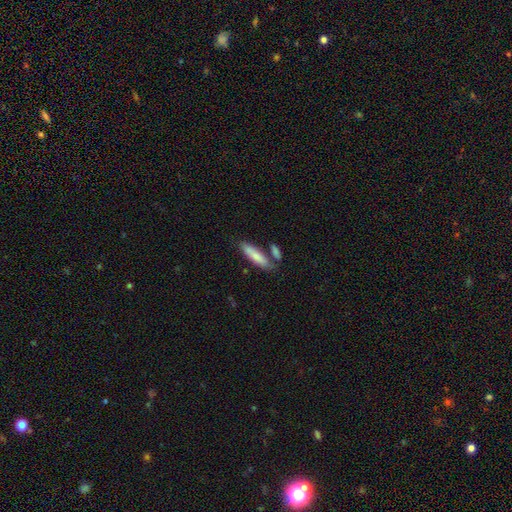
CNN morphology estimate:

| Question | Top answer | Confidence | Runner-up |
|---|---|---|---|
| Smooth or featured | smooth | 76% | featured or disk (19%) |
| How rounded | cigar-shaped | 66% | in between (33%) |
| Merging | none | 64% | merger (17%) |